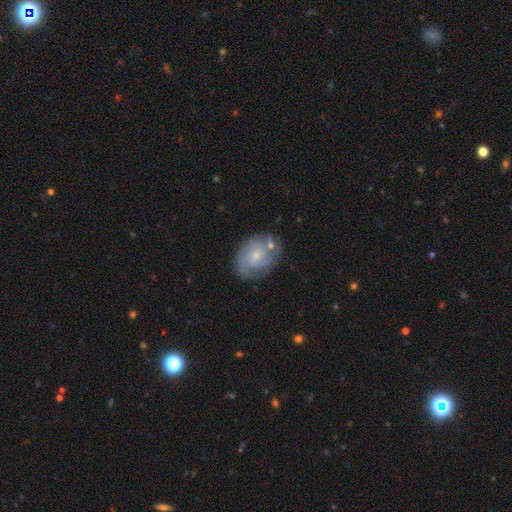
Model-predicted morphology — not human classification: smooth-or-featured: featured or disk: 69% | smooth: 24% | star or artifact: 7%
  disk-edge-on: no: 97% | yes: 3%
    bar: no: 70% | weak: 27% | strong: 3%
    has-spiral-arms: yes: 88% | no: 12%
      spiral-winding: tight: 54% | medium: 35% | loose: 11%
      spiral-arm-count: can't tell: 36% | 2: 30% | 3: 19% | 4: 7% | 1: 5% | more than 4: 4%
    bulge-size: small: 68% | moderate: 26% | none: 4% | large: 1% | dominant: 1%
  merging: none: 66% | minor disturbance: 20% | merger: 7% | major disturbance: 7%